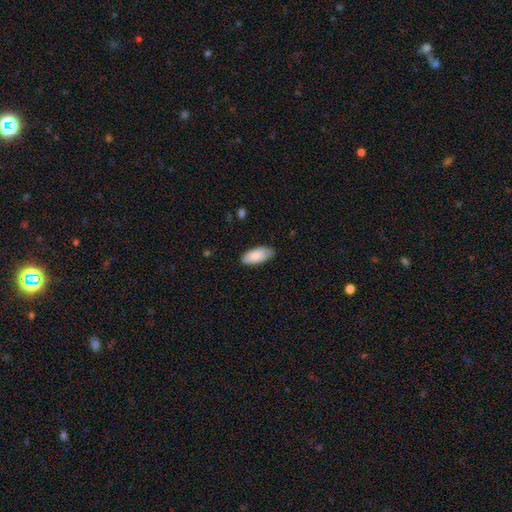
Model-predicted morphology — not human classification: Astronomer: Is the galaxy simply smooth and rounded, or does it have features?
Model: smooth — 85%.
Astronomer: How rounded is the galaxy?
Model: in between — 90%.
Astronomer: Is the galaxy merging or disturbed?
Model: none — 78%.